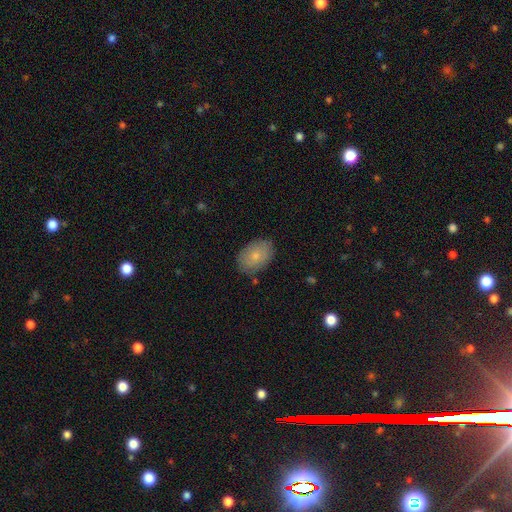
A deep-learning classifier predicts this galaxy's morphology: This appears to be a smooth galaxy with no disk features (76%) that is in between round and cigar-shaped (84%). Merging: none (82%).